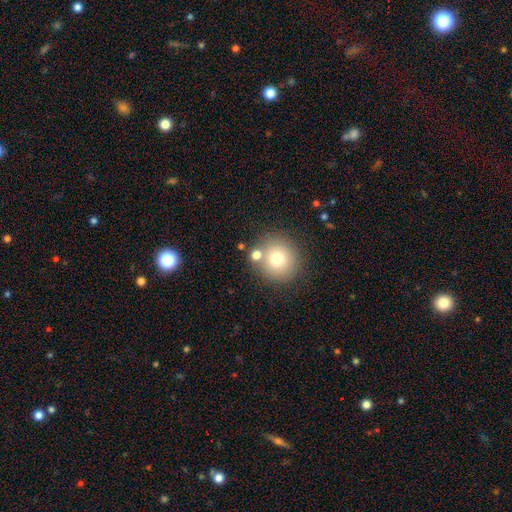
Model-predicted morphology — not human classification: Smooth or featured? smooth (71%)
How rounded? round (93%)
Merging? none (78%)